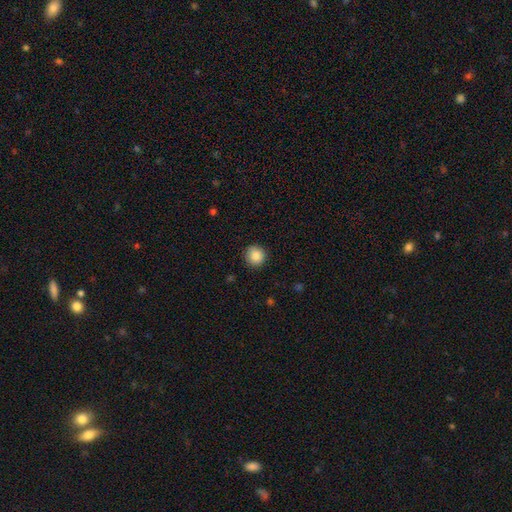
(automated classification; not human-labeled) Q: Smooth or featured?
A: smooth (87%); runner-up: star or artifact (9%)
Q: How rounded?
A: round (93%); runner-up: in between (6%)
Q: Merging?
A: none (90%); runner-up: minor disturbance (7%)